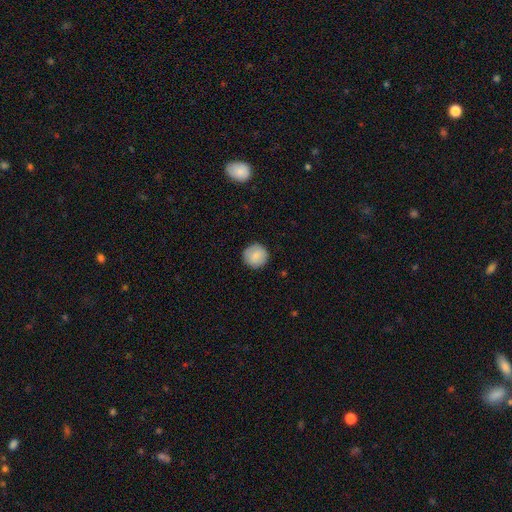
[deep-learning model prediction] Morphology: type=smooth (85%); roundness=round (95%); merging=none (90%).